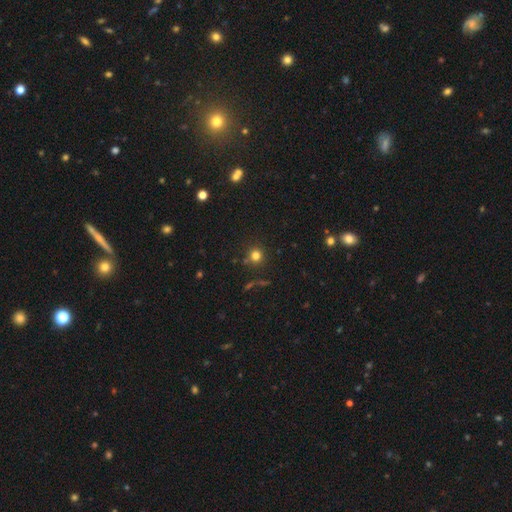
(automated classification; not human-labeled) This appears to be a smooth galaxy with no disk features (77%) that is round (93%). Merging: none (83%).